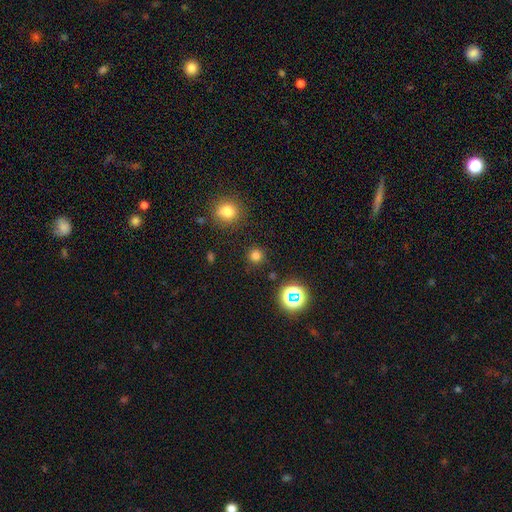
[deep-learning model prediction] Smooth or featured? Predicted: smooth (p=0.73). How rounded? Predicted: round (p=0.94). Merging? Predicted: none (p=0.89).